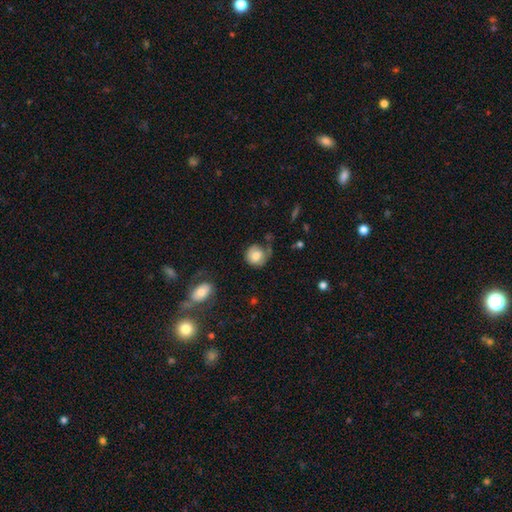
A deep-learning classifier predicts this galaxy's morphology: Smooth or featured? smooth (74%)
How rounded? round (80%)
Merging? none (50%)